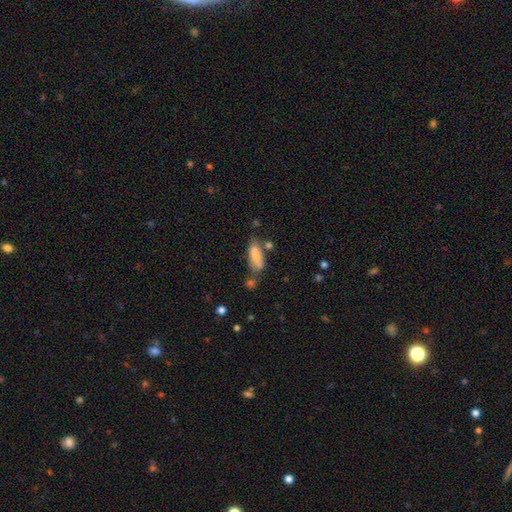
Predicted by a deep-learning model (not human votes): A smooth galaxy with no disk features (80%) that is in between round and cigar-shaped (71%).

Vote fractions:
- Smooth or featured? smooth: 80% / featured or disk: 13% / star or artifact: 7%
- How rounded? in between: 71% / cigar-shaped: 27% / round: 2%
- Merging? none: 53% / minor disturbance: 23% / merger: 16% / major disturbance: 8%